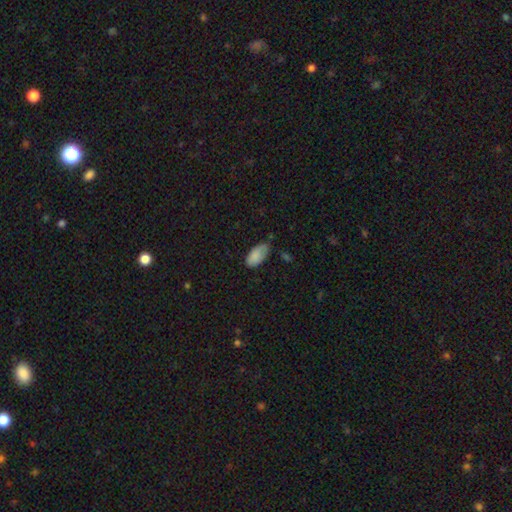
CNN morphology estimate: A smooth galaxy with no disk features (86%) that is in between round and cigar-shaped (94%).

Vote fractions:
- Smooth or featured? smooth: 86% / featured or disk: 7% / star or artifact: 7%
- How rounded? in between: 94% / cigar-shaped: 4% / round: 2%
- Merging? none: 58% / minor disturbance: 33% / major disturbance: 6% / merger: 3%